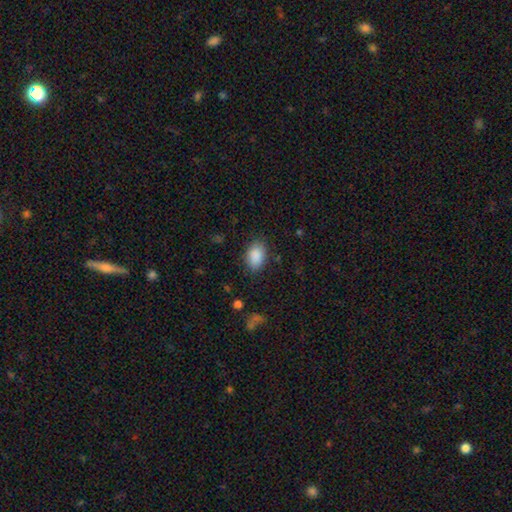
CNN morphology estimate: smooth_or_featured: smooth (p=0.89) [alt: star or artifact p=0.07]
how_rounded: in between (p=0.87) [alt: round p=0.12]
merging: none (p=0.83) [alt: minor disturbance p=0.13]